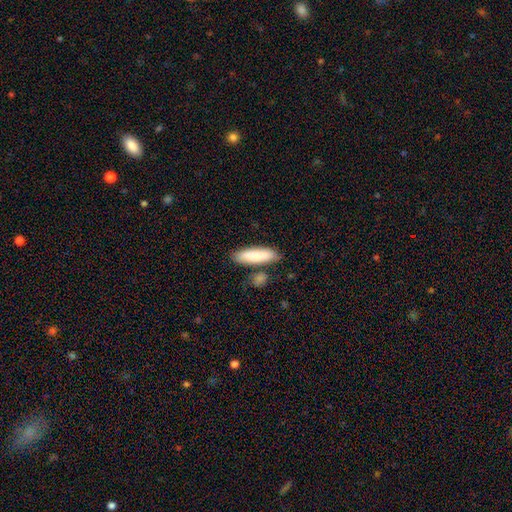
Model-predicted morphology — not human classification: Smooth or featured? Predicted: smooth (p=0.85). How rounded? Predicted: cigar-shaped (p=0.57). Merging? Predicted: none (p=0.77).